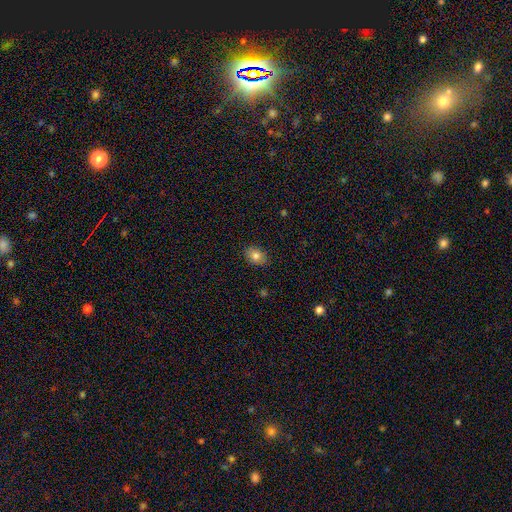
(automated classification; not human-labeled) smooth_or_featured: smooth (p=0.81) [alt: featured or disk p=0.10]
how_rounded: in between (p=0.65) [alt: round p=0.34]
merging: none (p=0.88) [alt: minor disturbance p=0.09]